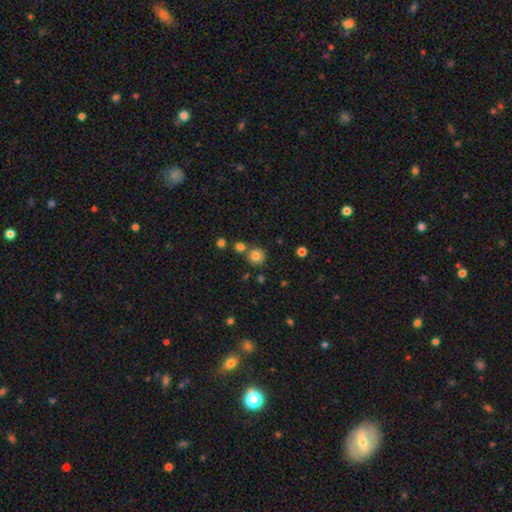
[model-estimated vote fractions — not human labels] Smooth or featured?
  - smooth: 80% *
  - star or artifact: 13%
  - featured or disk: 7%
How rounded?
  - round: 91% *
  - in between: 8%
  - cigar-shaped: 1%
Merging?
  - none: 73% *
  - merger: 16%
  - minor disturbance: 8%
  - major disturbance: 3%